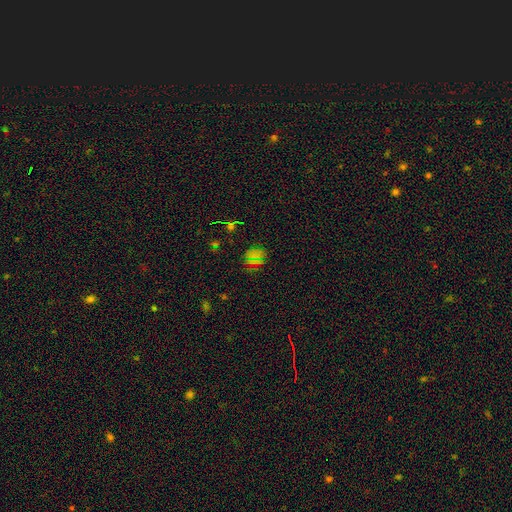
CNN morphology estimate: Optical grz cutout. It shows a smooth galaxy with no disk features (55%) that is round (70%). Merging: none (82%).